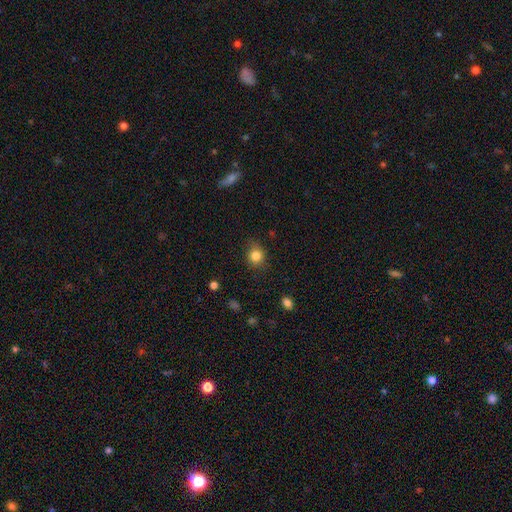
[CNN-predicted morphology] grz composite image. It shows a smooth galaxy with no disk features (83%) that is round (77%). Merging: none (79%).